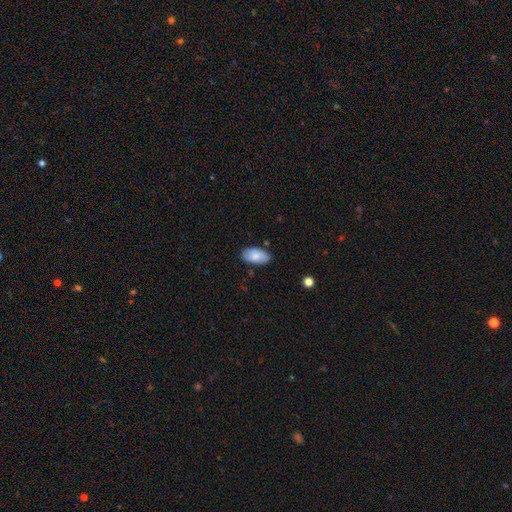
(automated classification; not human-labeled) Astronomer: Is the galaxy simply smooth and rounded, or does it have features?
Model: smooth — 81%.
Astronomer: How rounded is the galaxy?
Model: in between — 95%.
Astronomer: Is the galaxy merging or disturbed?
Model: none — 82%.